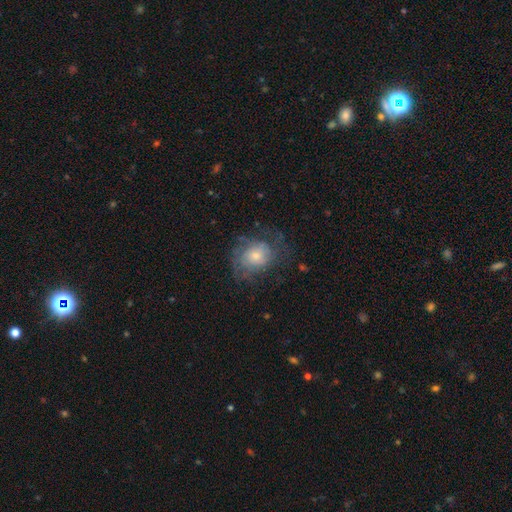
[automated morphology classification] smooth-or-featured: featured or disk: 50% | smooth: 39% | star or artifact: 10%
  disk-edge-on: no: 96% | yes: 4%
  merging: none: 58% | minor disturbance: 22% | major disturbance: 18% | merger: 1%